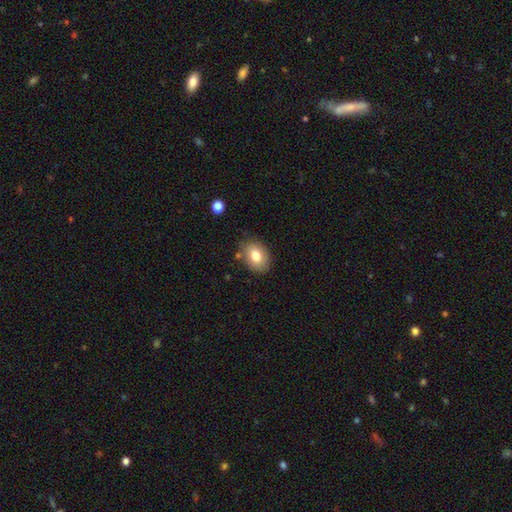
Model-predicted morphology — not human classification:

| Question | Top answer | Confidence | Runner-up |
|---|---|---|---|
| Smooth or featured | smooth | 79% | featured or disk (12%) |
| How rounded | in between | 70% | round (29%) |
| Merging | none | 80% | minor disturbance (14%) |